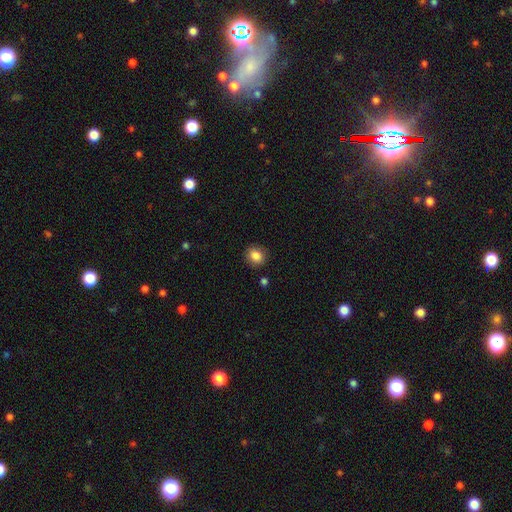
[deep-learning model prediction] smooth_or_featured: smooth (p=0.86) [alt: star or artifact p=0.09]
how_rounded: round (p=0.71) [alt: in between p=0.28]
merging: none (p=0.87) [alt: minor disturbance p=0.09]